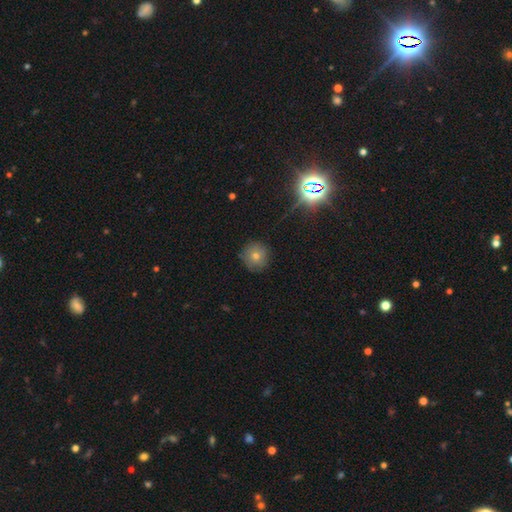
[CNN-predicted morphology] smooth-or-featured: smooth: 55% | star or artifact: 25% | featured or disk: 20%
  how-rounded: round: 94% | in between: 5% | cigar-shaped: 1%
  merging: none: 86% | minor disturbance: 10% | major disturbance: 3% | merger: 1%